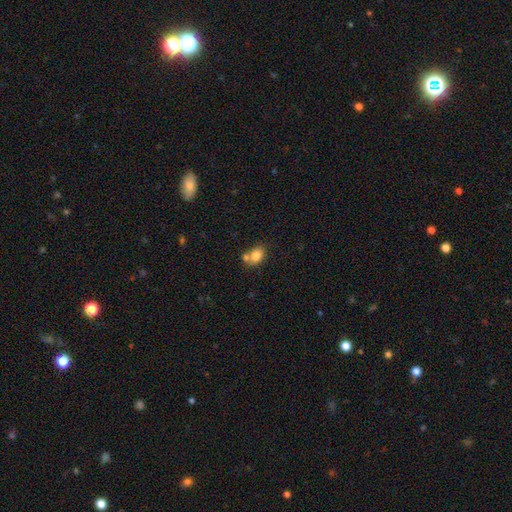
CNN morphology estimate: smooth_or_featured: smooth (p=0.80) [alt: featured or disk p=0.10]
how_rounded: in between (p=0.67) [alt: round p=0.32]
merging: none (p=0.45) [alt: merger p=0.37]